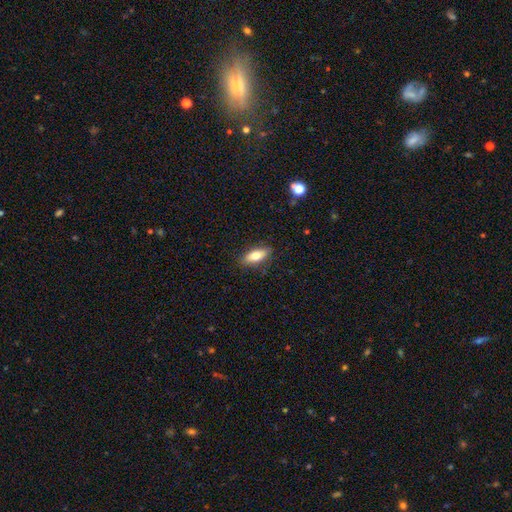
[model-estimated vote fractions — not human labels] Smooth or featured: smooth — 72% (featured or disk — 21%)
How rounded: in between — 74% (cigar-shaped — 23%)
Merging: none — 86% (minor disturbance — 11%)